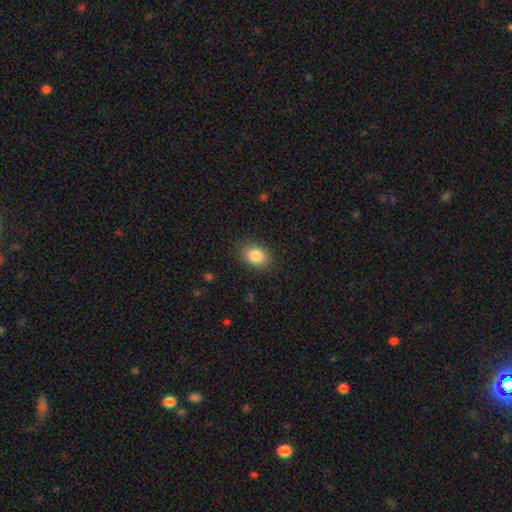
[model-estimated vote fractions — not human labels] smooth 85%, star or artifact 8%, featured or disk 6%. Down the decision tree: how rounded — in between (73%); merging — none (86%).